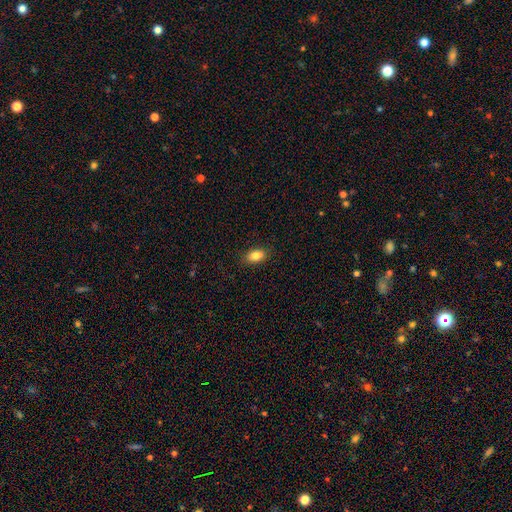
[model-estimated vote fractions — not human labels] Smooth or featured? Predicted: smooth (p=0.84). How rounded? Predicted: in between (p=0.89). Merging? Predicted: none (p=0.86).